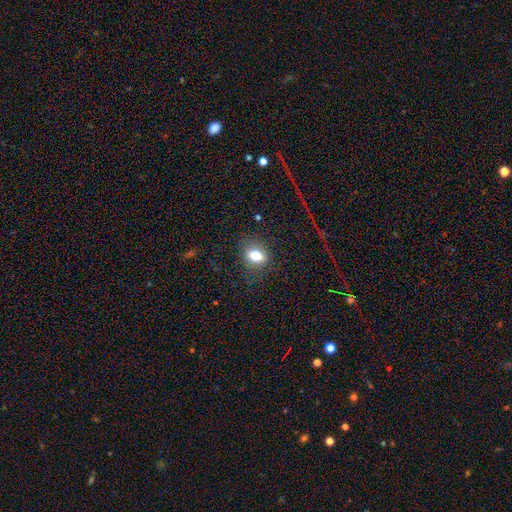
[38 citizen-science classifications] smooth-or-featured: smooth: 89% | star or artifact: 8% | featured or disk: 3%
  how-rounded: in between: 79% | round: 18% | cigar-shaped: 3%
  merging: none: 60% | minor disturbance: 29% | major disturbance: 6% | merger: 6%